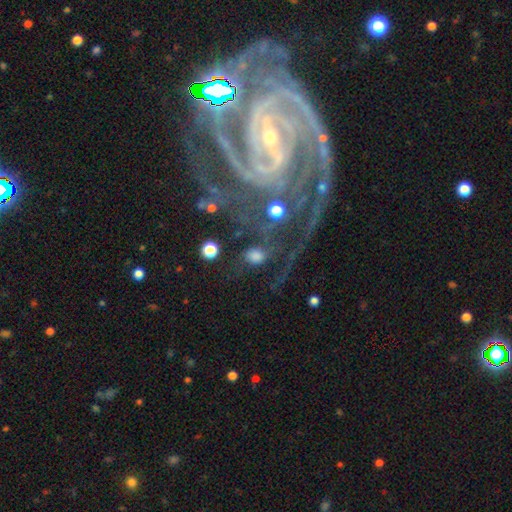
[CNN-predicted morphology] The model was most divided on "smooth or featured": smooth: 47%, featured or disk: 35%, star or artifact: 18%. More confident: merging — none (60%).